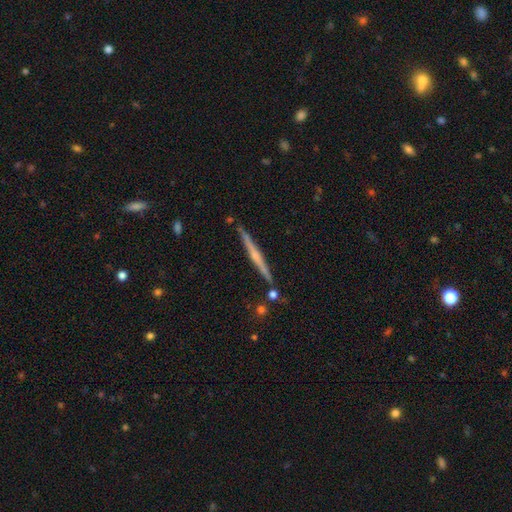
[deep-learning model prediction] The model was most divided on "edge-on bulge": rounded: 50%, none: 39%, boxy: 11%. More confident: edge-on disk — yes (98%); merging — none (88%); smooth or featured — featured or disk (71%).